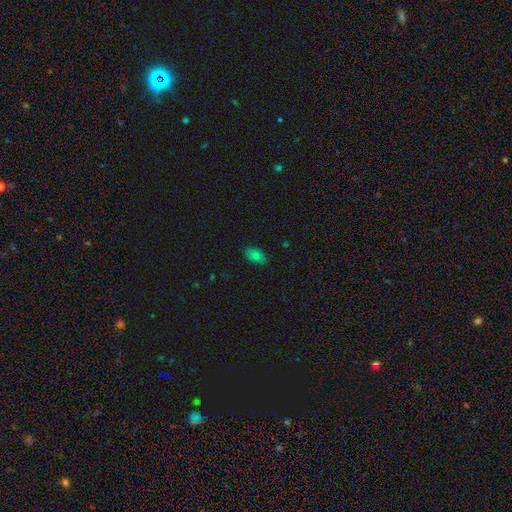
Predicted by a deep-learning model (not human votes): This is likely a smooth galaxy (70%). How rounded: clearly in between (86%). Merging: clearly none (81%).